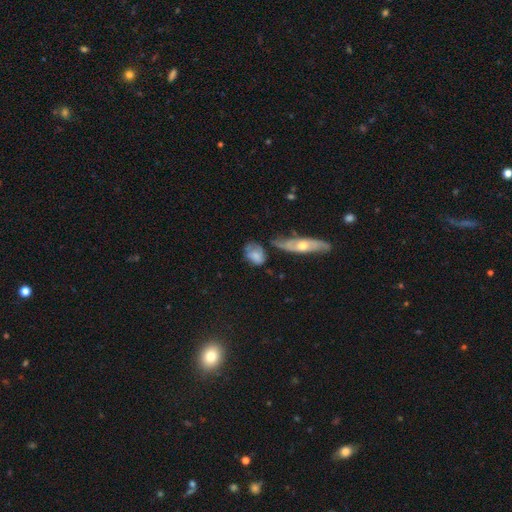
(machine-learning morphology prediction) A smooth galaxy with no disk features (63%) that is in between round and cigar-shaped (68%).

Vote fractions:
- Smooth or featured? smooth: 63% / featured or disk: 29% / star or artifact: 8%
- How rounded? in between: 68% / round: 26% / cigar-shaped: 6%
- Merging? none: 39% / minor disturbance: 29% / major disturbance: 17% / merger: 15%